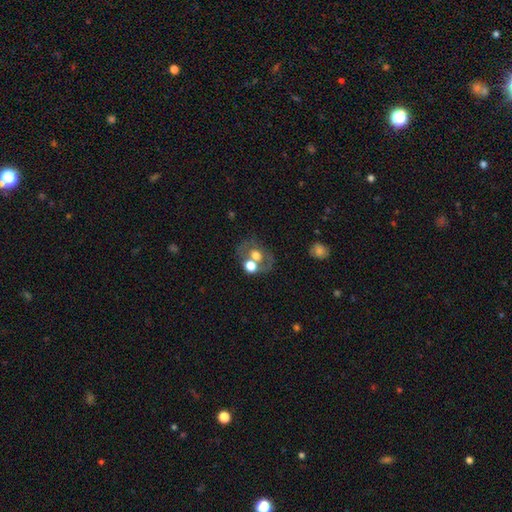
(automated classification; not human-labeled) This appears to be a smooth galaxy with no disk features (49%). Merging: merger (43%).